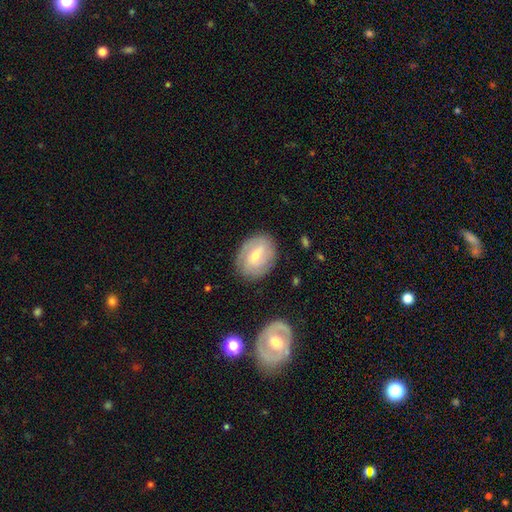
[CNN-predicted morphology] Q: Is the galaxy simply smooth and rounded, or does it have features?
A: featured or disk — 62%.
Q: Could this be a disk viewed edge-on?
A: no — 95%.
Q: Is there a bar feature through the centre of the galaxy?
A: weak — 51%.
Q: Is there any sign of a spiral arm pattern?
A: yes — 79%.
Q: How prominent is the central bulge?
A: moderate — 52%.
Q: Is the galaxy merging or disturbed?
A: none — 82%.